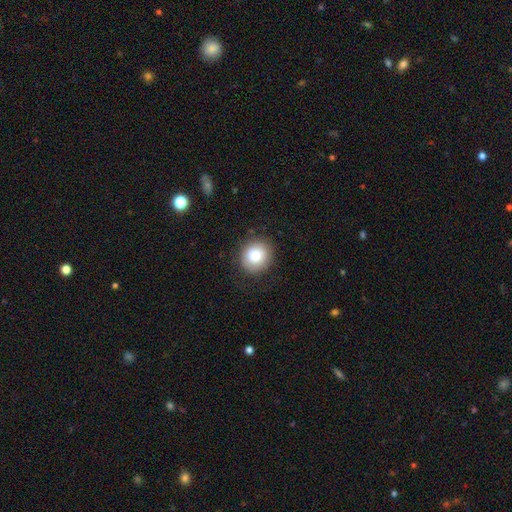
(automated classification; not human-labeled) This is clearly a smooth galaxy (81%). How rounded: clearly round (88%). Merging: clearly none (86%).